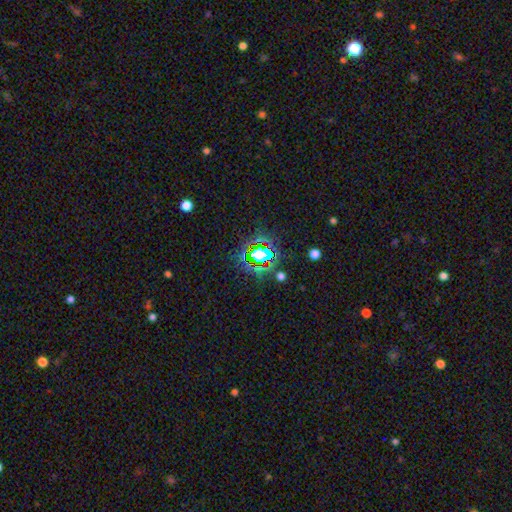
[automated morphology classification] Q: Smooth or featured?
A: star or artifact (77%); runner-up: smooth (15%)